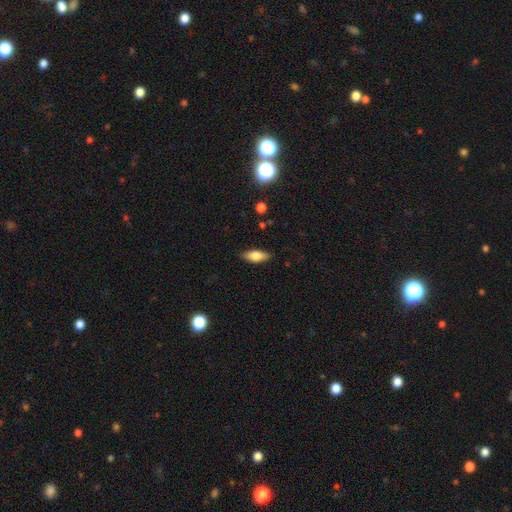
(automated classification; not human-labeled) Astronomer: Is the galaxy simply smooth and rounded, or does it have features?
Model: smooth — 75%.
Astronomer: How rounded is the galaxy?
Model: in between — 77%.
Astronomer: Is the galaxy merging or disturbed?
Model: none — 86%.